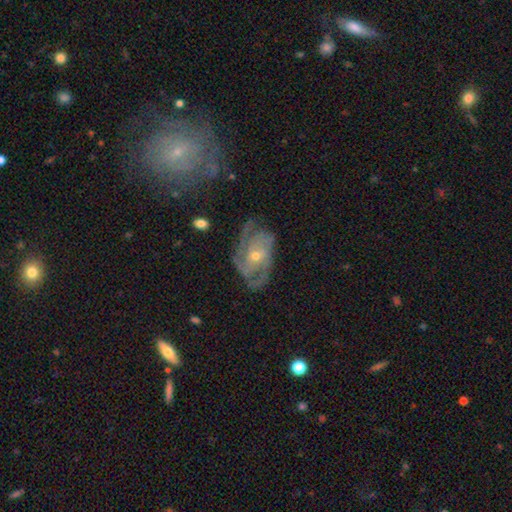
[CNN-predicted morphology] Smooth or featured? featured or disk (86%)
Edge-on disk? no (97%)
Bar? no (66%)
Spiral arms? yes (95%)
Spiral winding? tight (47%)
Spiral arm count? 3 (37%)
Bulge size? small (59%)
Merging? none (66%)